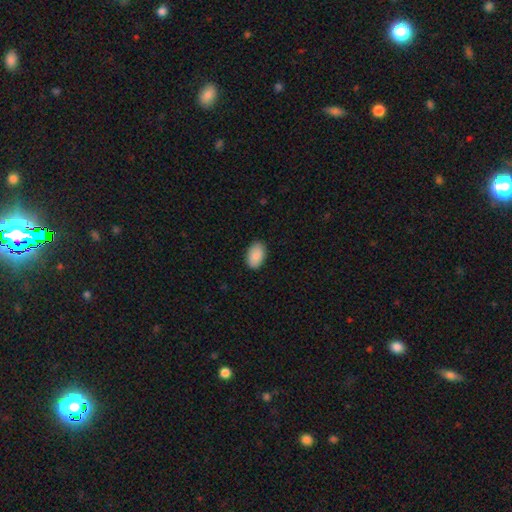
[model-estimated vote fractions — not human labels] This appears to be a smooth galaxy with no disk features (89%) that is in between round and cigar-shaped (92%). Merging: none (88%).